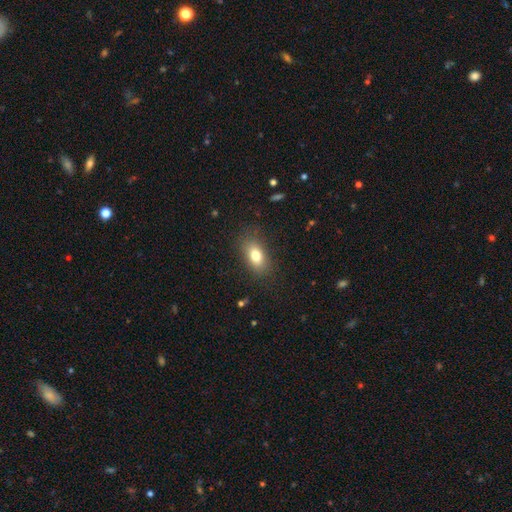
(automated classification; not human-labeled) A smooth galaxy with no disk features (79%) that is in between round and cigar-shaped (85%). Merging: none (82%).